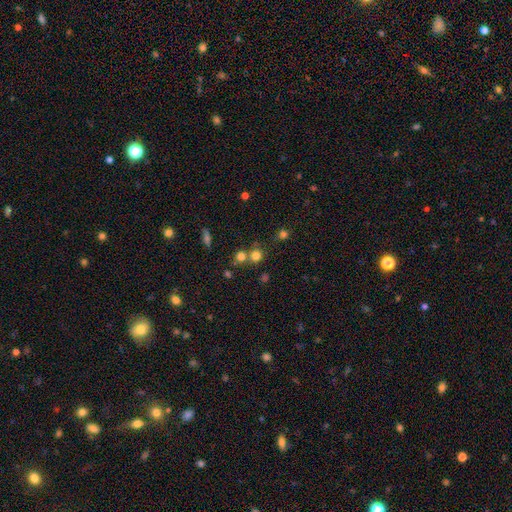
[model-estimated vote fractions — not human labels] Smooth or featured? smooth (73%)
How rounded? round (89%)
Merging? none (62%)